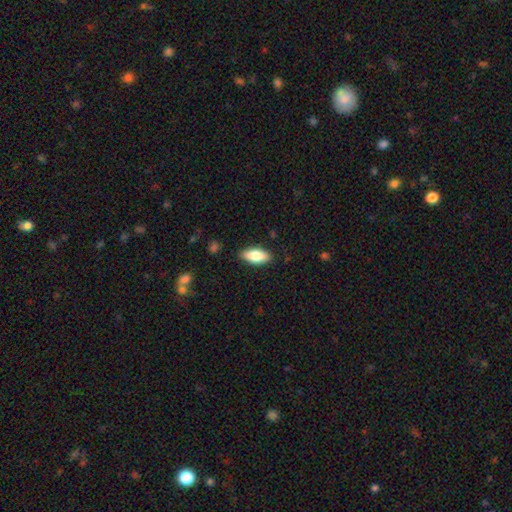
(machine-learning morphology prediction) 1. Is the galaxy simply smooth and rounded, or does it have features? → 77% smooth, 17% featured or disk, 6% star or artifact.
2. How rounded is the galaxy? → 84% in between, 13% cigar-shaped, 3% round.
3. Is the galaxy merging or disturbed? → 86% none, 11% minor disturbance, 2% major disturbance, 1% merger.